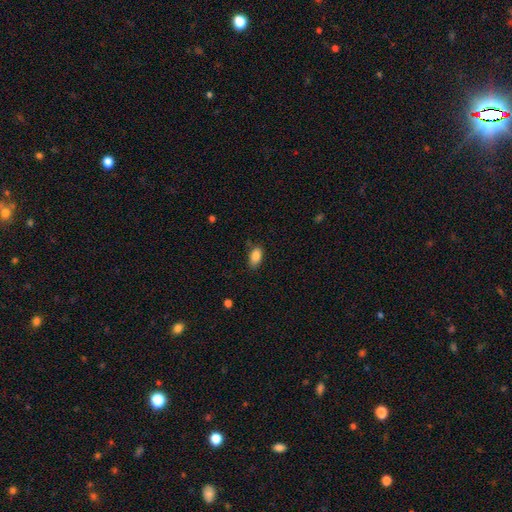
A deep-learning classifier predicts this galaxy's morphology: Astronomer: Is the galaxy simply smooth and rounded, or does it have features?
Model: smooth — 86%.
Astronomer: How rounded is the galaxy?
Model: in between — 91%.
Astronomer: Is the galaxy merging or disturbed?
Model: none — 75%.